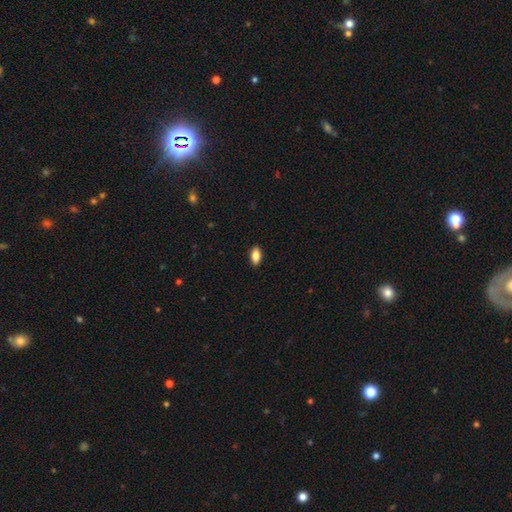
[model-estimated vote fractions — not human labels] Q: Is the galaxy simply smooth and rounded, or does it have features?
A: smooth — 84%.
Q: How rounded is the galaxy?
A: in between — 89%.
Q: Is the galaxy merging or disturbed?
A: none — 89%.